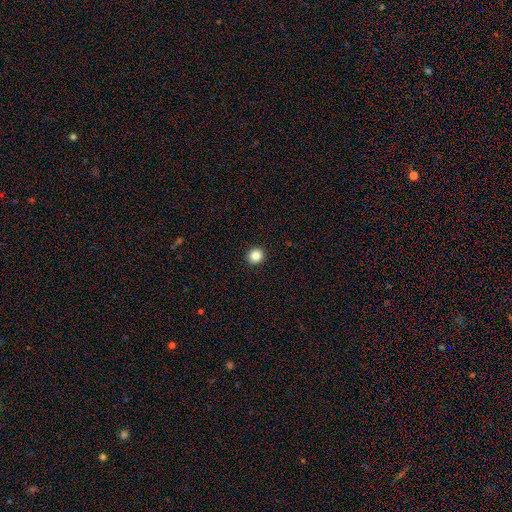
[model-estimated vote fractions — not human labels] This appears to be a smooth galaxy with no disk features (86%) that is round (88%). Merging: none (93%).